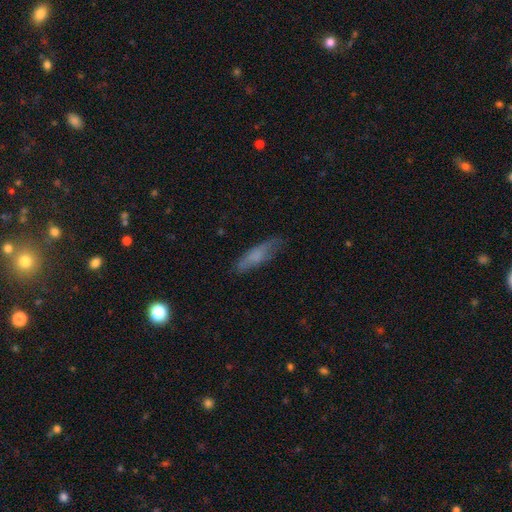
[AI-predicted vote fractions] The model was most divided on "how rounded": cigar-shaped: 68%, in between: 30%, round: 2%. More confident: merging — none (73%); smooth or featured — smooth (68%).